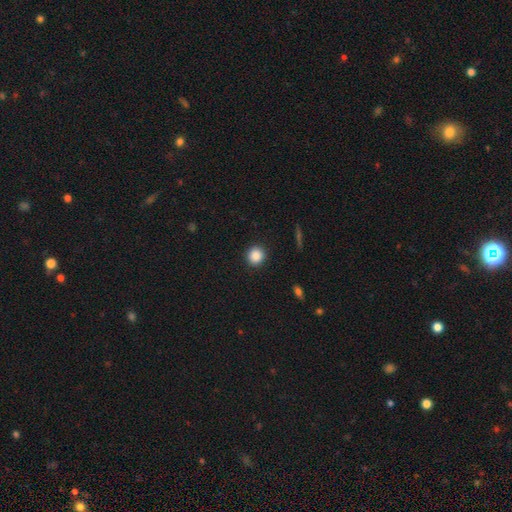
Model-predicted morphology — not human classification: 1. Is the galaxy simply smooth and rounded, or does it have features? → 87% smooth, 9% star or artifact, 3% featured or disk.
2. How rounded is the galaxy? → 92% round, 7% in between, 1% cigar-shaped.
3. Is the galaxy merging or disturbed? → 91% none, 6% minor disturbance, 2% major disturbance, 1% merger.